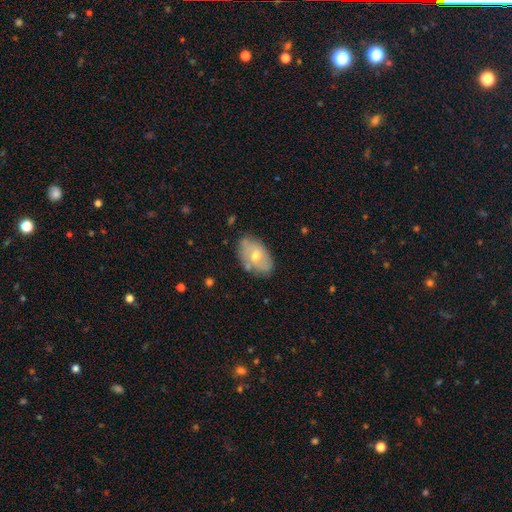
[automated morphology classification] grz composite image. It shows a smooth galaxy with no disk features (48%). Merging: none (72%).